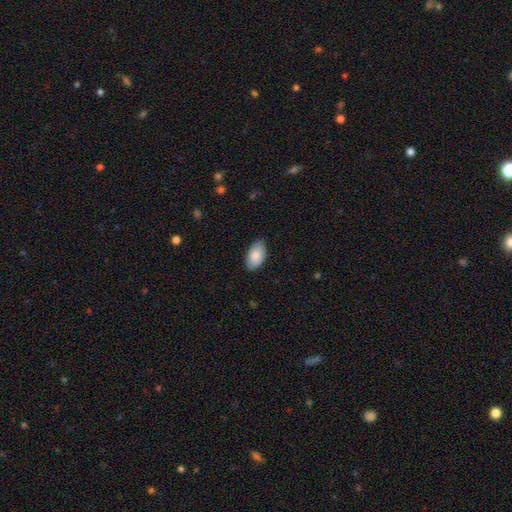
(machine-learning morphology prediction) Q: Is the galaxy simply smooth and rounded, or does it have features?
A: smooth — 87%.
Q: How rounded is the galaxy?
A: in between — 95%.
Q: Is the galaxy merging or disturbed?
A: none — 83%.